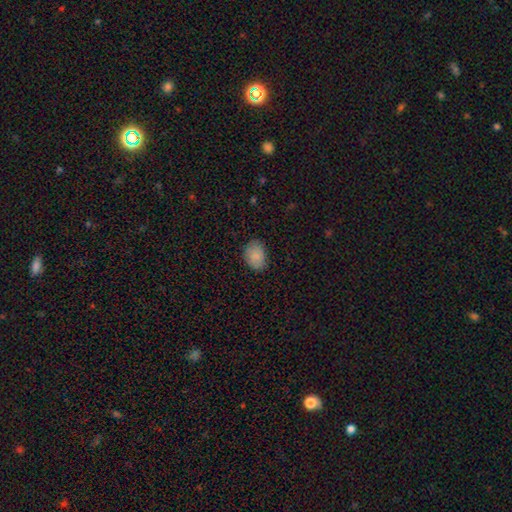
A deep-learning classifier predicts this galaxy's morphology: Smooth or featured: smooth — 86% (star or artifact — 8%)
How rounded: in between — 75% (round — 24%)
Merging: none — 82% (minor disturbance — 14%)